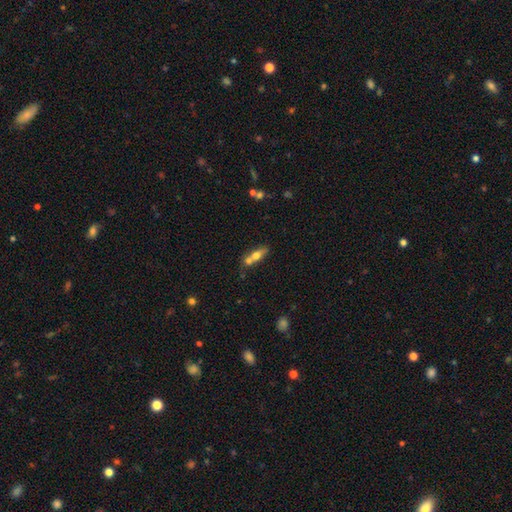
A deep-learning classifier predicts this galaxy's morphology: smooth_or_featured: smooth (p=0.62) [alt: featured or disk p=0.29]
how_rounded: in between (p=0.64) [alt: cigar-shaped p=0.24]
merging: merger (p=0.53) [alt: none p=0.32]